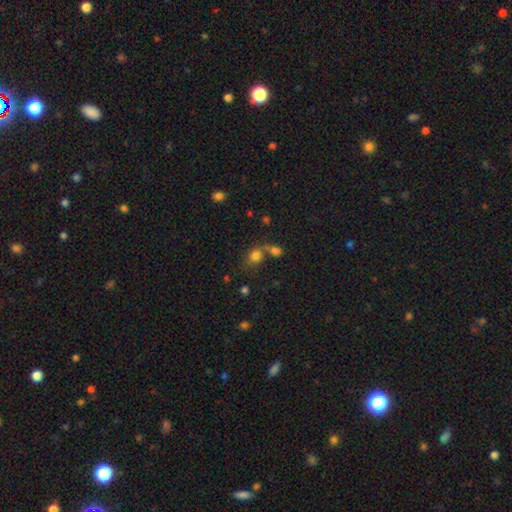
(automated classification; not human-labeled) Overall: smooth (77%). How rounded: round (58%; in between 40%). Merging: none (44%; merger 37%).